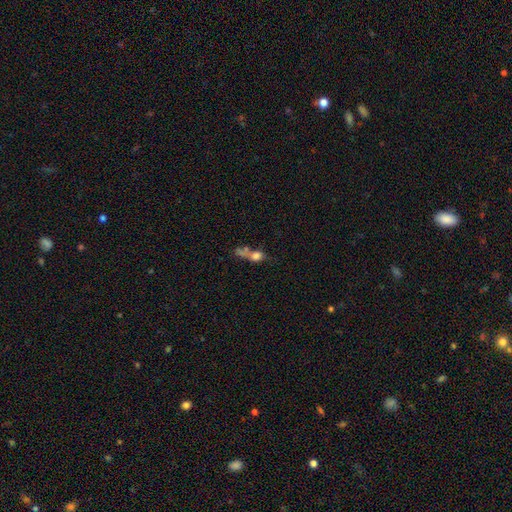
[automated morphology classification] smooth 62%, featured or disk 24%, star or artifact 15%. Down the decision tree: how rounded — in between (43%); merging — merger (44%).